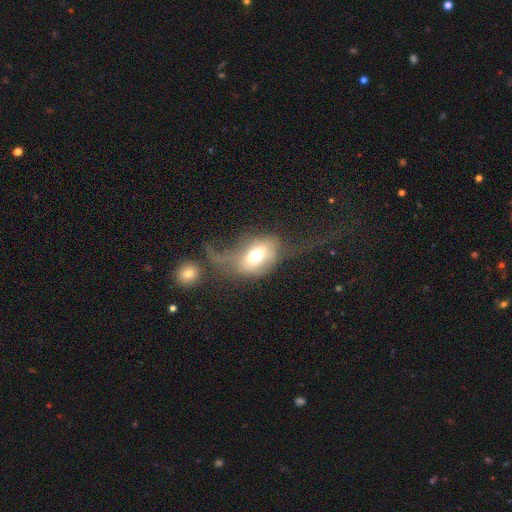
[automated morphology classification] This appears to be a smooth galaxy with no disk features (60%) that is in between round and cigar-shaped (74%). Merging: major disturbance (53%).